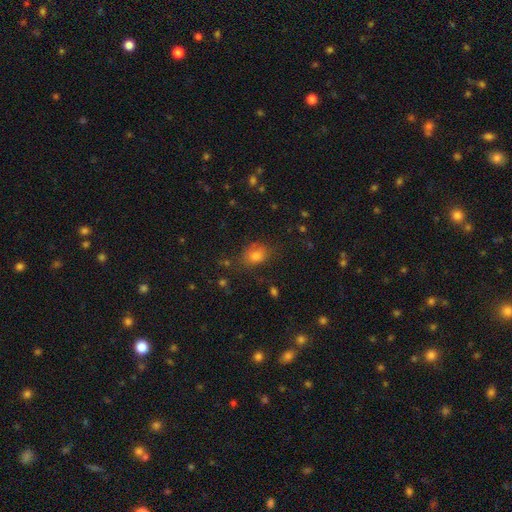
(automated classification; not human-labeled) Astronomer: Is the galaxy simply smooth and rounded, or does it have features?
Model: smooth — 75%.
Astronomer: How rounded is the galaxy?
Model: in between — 58% (runner-up: round, 41%).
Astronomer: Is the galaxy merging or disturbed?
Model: none — 72%.